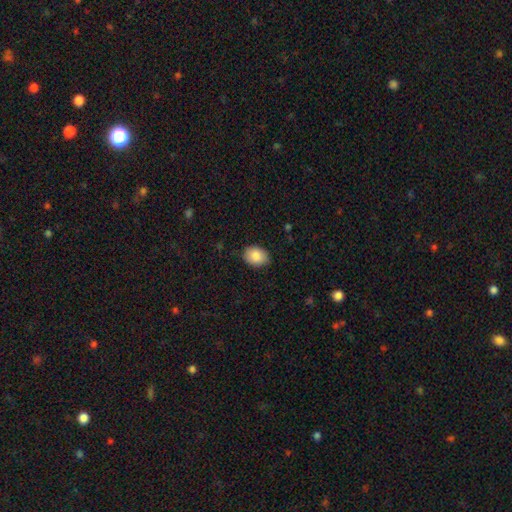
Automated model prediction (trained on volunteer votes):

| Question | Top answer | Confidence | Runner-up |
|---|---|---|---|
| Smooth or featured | smooth | 86% | star or artifact (7%) |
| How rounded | in between | 68% | round (31%) |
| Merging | none | 83% | minor disturbance (13%) |